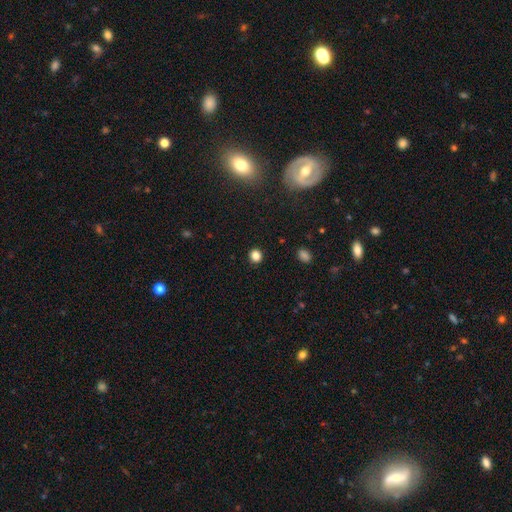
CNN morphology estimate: smooth_or_featured: smooth (p=0.83) [alt: star or artifact p=0.13]
how_rounded: round (p=0.84) [alt: in between p=0.15]
merging: none (p=0.91) [alt: minor disturbance p=0.06]